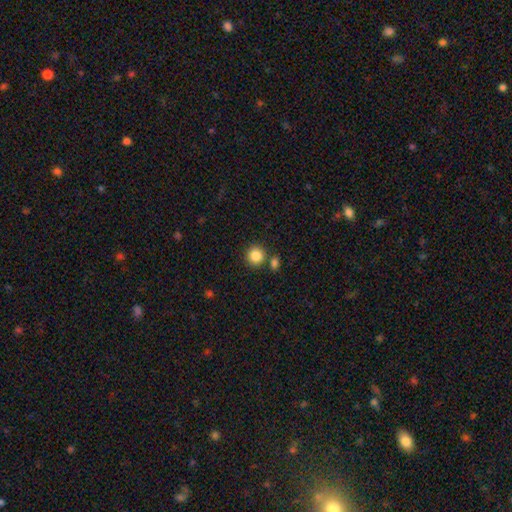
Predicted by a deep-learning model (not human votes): Smooth or featured?
  - smooth: 86% *
  - star or artifact: 10%
  - featured or disk: 4%
How rounded?
  - round: 91% *
  - in between: 8%
  - cigar-shaped: 1%
Merging?
  - none: 78% *
  - merger: 12%
  - minor disturbance: 8%
  - major disturbance: 3%